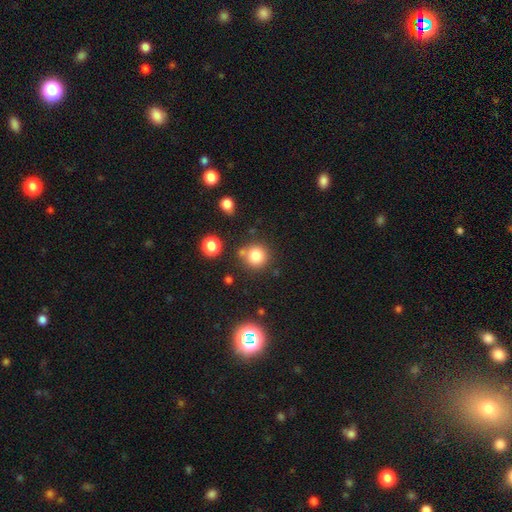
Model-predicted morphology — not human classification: smooth-or-featured: smooth: 81% | star or artifact: 12% | featured or disk: 7%
  how-rounded: round: 92% | in between: 7% | cigar-shaped: 1%
  merging: none: 75% | merger: 11% | minor disturbance: 10% | major disturbance: 4%